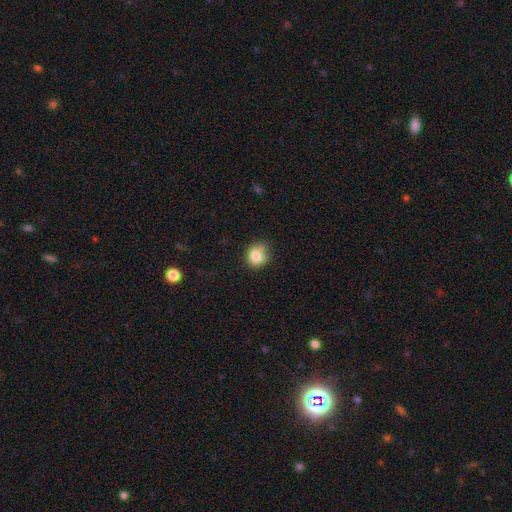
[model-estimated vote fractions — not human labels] Smooth or featured? Predicted: smooth (p=0.80). How rounded? Predicted: round (p=0.75). Merging? Predicted: none (p=0.58).